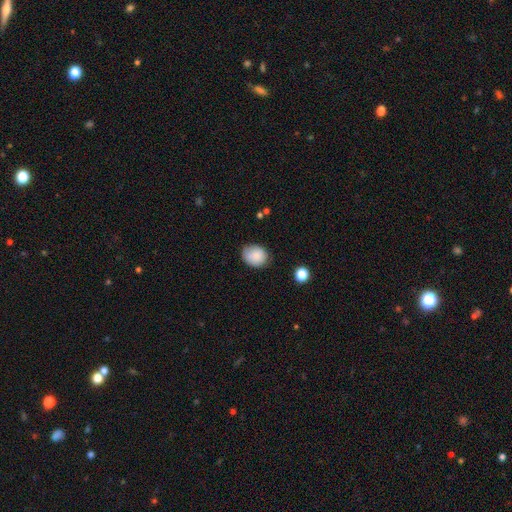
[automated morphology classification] The model was most divided on "how rounded": round: 58%, in between: 42%, cigar-shaped: 1%. More confident: smooth or featured — smooth (86%); merging — none (76%).